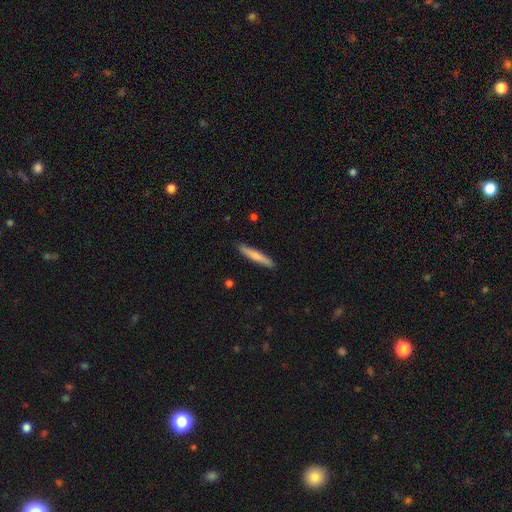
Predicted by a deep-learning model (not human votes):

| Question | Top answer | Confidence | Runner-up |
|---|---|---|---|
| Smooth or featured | smooth | 72% | featured or disk (22%) |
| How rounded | cigar-shaped | 93% | in between (6%) |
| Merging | none | 89% | minor disturbance (8%) |